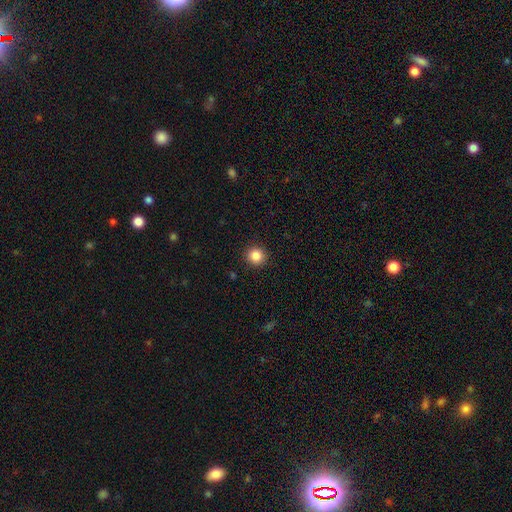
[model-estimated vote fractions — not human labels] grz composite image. It shows a smooth galaxy with no disk features (86%) that is round (94%). Merging: none (92%).